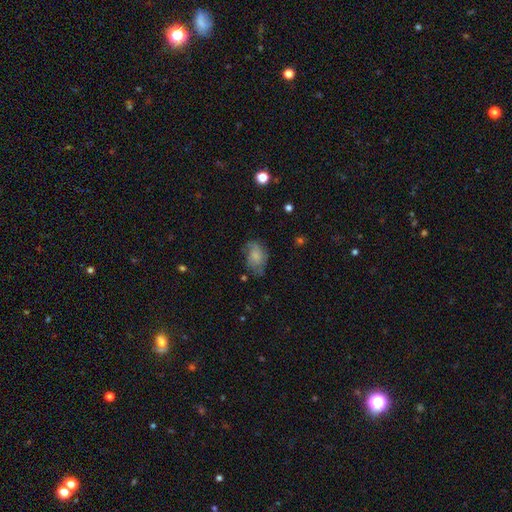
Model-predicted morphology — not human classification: smooth_or_featured: smooth (p=0.52) [alt: featured or disk p=0.39]
how_rounded: in between (p=0.81) [alt: round p=0.17]
merging: none (p=0.54) [alt: minor disturbance p=0.29]